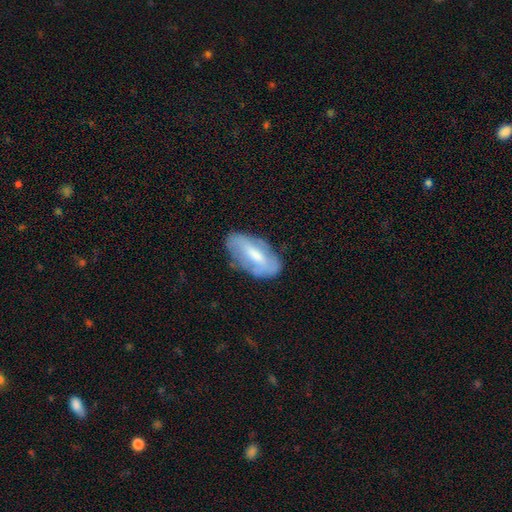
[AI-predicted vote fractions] Overall: smooth (49%; featured or disk 44%). Merging: none (67%).